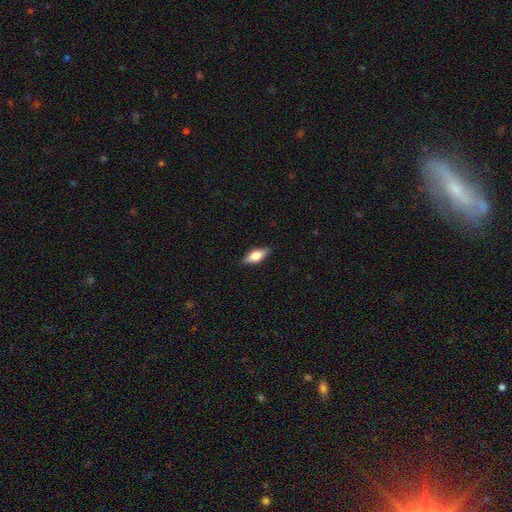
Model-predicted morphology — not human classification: smooth 61%, featured or disk 32%, star or artifact 7%. Down the decision tree: how rounded — in between (72%); merging — none (85%).